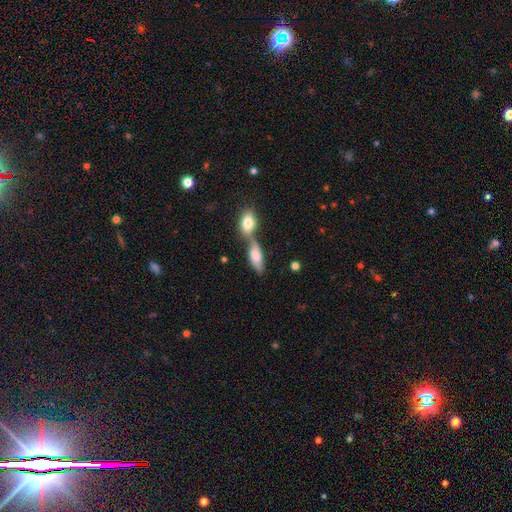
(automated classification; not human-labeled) Morphology: type=smooth (65%); roundness=in between (79%); merging=merger (54%).